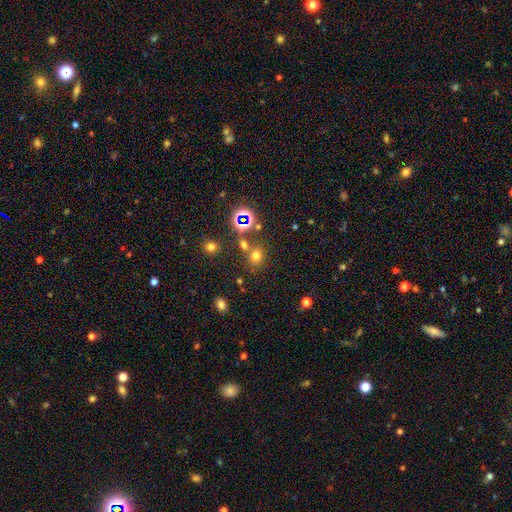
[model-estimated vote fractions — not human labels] This appears to be a smooth galaxy with no disk features (64%) that is round (72%). Merging: none (69%).